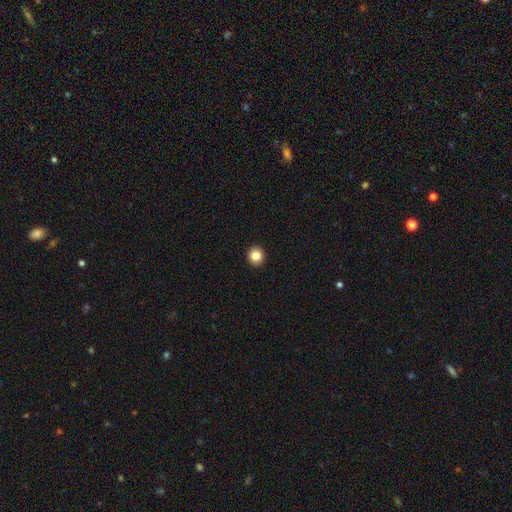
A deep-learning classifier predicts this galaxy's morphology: Smooth or featured?
  - smooth: 85% *
  - star or artifact: 10%
  - featured or disk: 5%
How rounded?
  - round: 91% *
  - in between: 8%
  - cigar-shaped: 1%
Merging?
  - none: 93% *
  - minor disturbance: 4%
  - major disturbance: 1%
  - merger: 1%